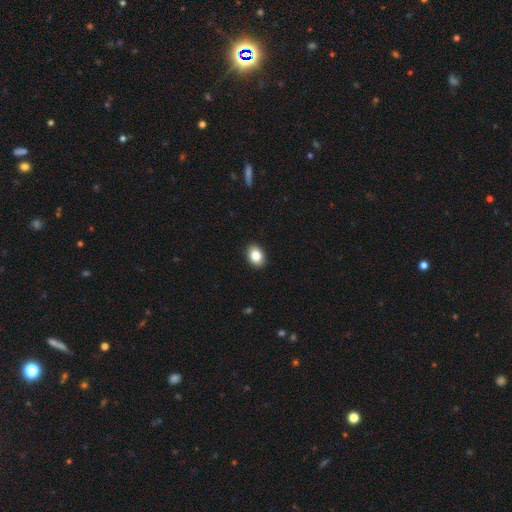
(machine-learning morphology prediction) Smooth or featured? smooth (85%)
How rounded? in between (73%)
Merging? none (91%)